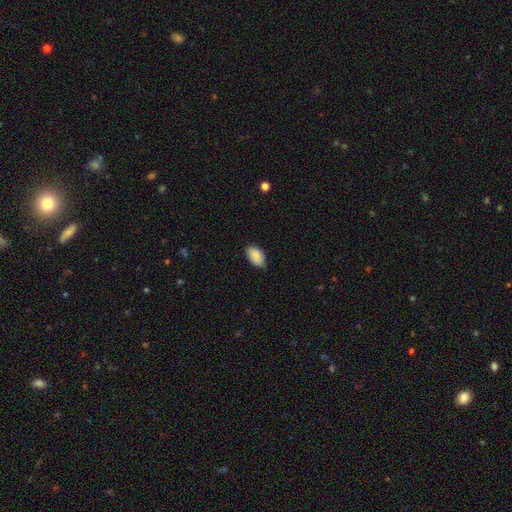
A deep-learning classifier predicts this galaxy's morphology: type=smooth (88%); roundness=in between (93%); merging=none (76%).